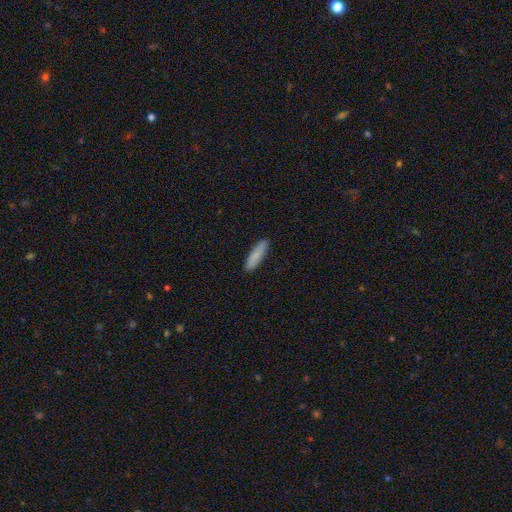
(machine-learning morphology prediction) This appears to be a smooth galaxy with no disk features (84%) that is cigar-shaped (75%). Merging: none (90%).